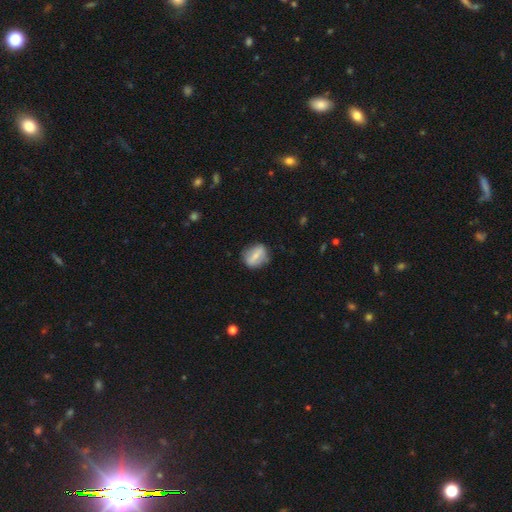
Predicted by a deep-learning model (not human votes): Overall: smooth (49%; featured or disk 43%). Merging: none (80%).